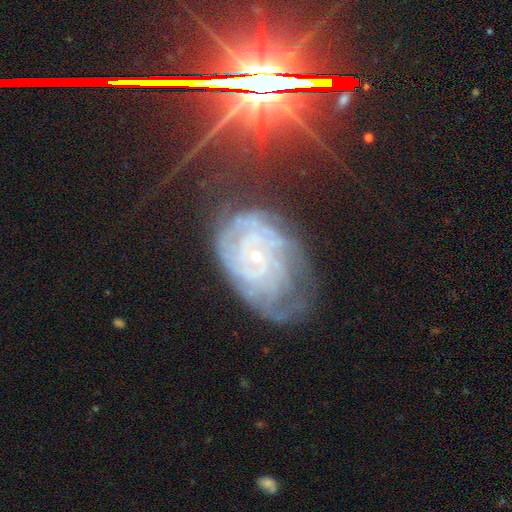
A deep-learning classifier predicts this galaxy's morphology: Q: Smooth or featured?
A: featured or disk (79%); runner-up: star or artifact (13%)
Q: Edge-on disk?
A: no (96%); runner-up: yes (4%)
Q: Bar?
A: no (74%); runner-up: weak (20%)
Q: Spiral arms?
A: yes (92%); runner-up: no (8%)
Q: Spiral winding?
A: tight (70%); runner-up: medium (24%)
Q: Spiral arm count?
A: can't tell (42%); runner-up: 4 (14%)
Q: Bulge size?
A: small (85%); runner-up: moderate (11%)
Q: Merging?
A: none (57%); runner-up: minor disturbance (25%)